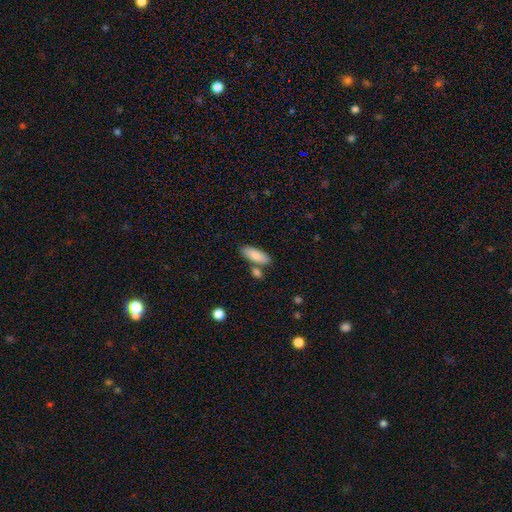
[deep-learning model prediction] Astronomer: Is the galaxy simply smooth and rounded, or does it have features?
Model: smooth — 84%.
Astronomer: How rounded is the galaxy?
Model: in between — 70%.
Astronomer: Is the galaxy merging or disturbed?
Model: none — 71%.